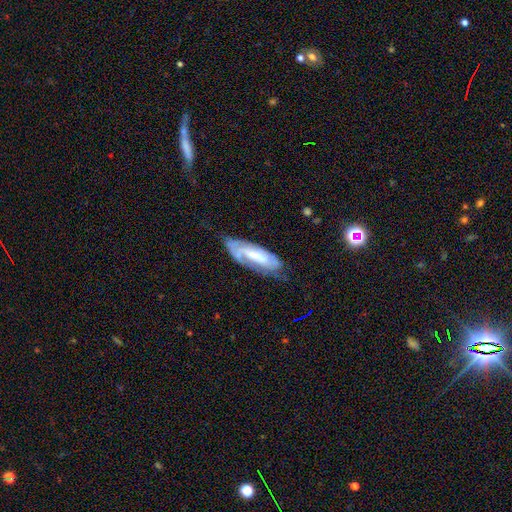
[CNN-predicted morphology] smooth-or-featured: featured or disk: 64% | smooth: 29% | star or artifact: 8%
  disk-edge-on: no: 83% | yes: 17%
    bar: no: 44% | weak: 35% | strong: 21%
    has-spiral-arms: yes: 83% | no: 17%
    bulge-size: small: 31% | moderate: 28% | none: 24% | large: 14% | dominant: 3%
  merging: none: 59% | minor disturbance: 27% | major disturbance: 12% | merger: 2%